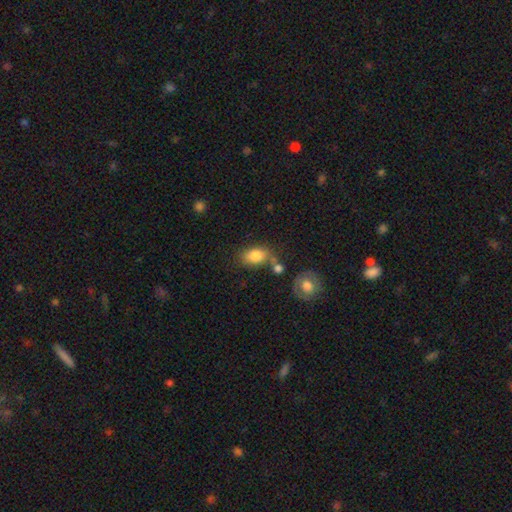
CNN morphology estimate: smooth_or_featured: smooth (p=0.83) [alt: featured or disk p=0.09]
how_rounded: in between (p=0.85) [alt: round p=0.12]
merging: none (p=0.57) [alt: minor disturbance p=0.18]